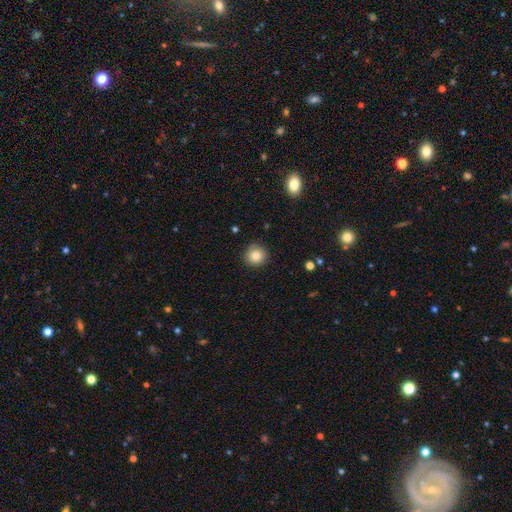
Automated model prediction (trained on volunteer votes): Smooth or featured: smooth — 82% (star or artifact — 10%)
How rounded: round — 94% (in between — 5%)
Merging: none — 90% (minor disturbance — 7%)